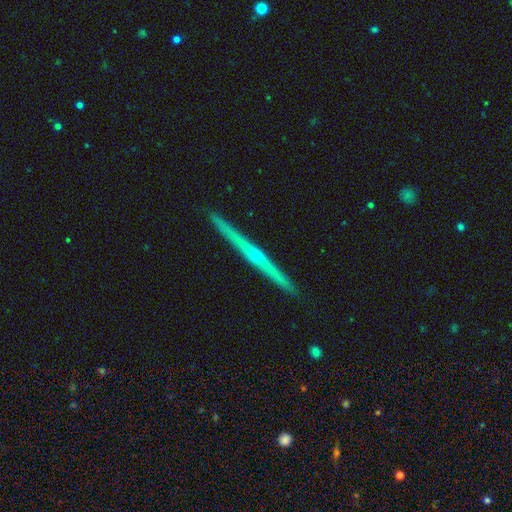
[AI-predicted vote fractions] smooth-or-featured: featured or disk: 82% | smooth: 13% | star or artifact: 6%
  disk-edge-on: yes: 98% | no: 2%
    edge-on-bulge: rounded: 72% | none: 25% | boxy: 3%
  merging: none: 93% | minor disturbance: 5% | major disturbance: 1% | merger: 1%